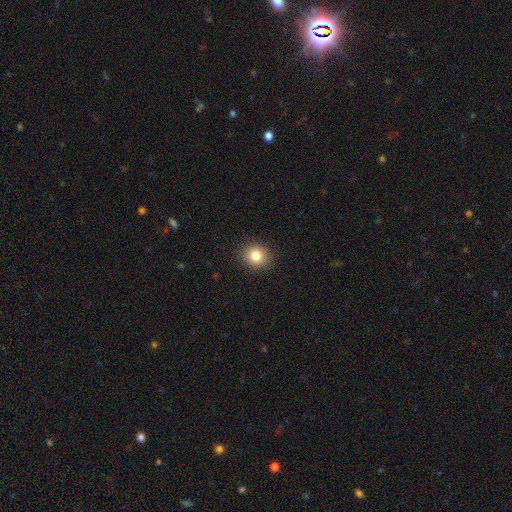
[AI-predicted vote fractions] This appears to be a smooth galaxy with no disk features (83%) that is round (80%). Merging: none (91%).